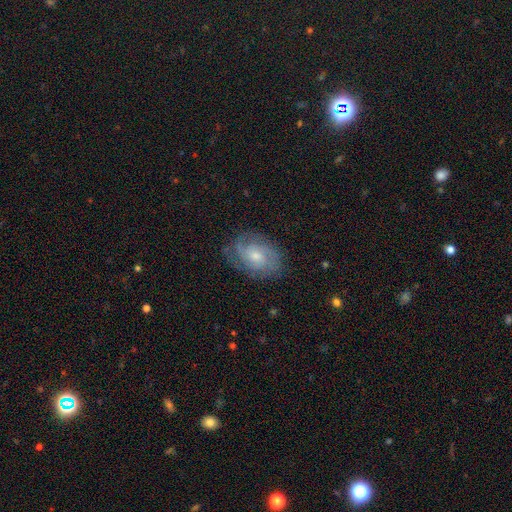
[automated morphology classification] The model was most divided on "bulge size": moderate: 49%, small: 45%, large: 3%, none: 2%, dominant: 1%. Remaining: edge-on disk — no (97%); spiral arms — yes (94%); merging — none (77%); smooth or featured — featured or disk (76%); bar — no (65%); spiral winding — tight (54%); spiral arm count — 2 (35%).